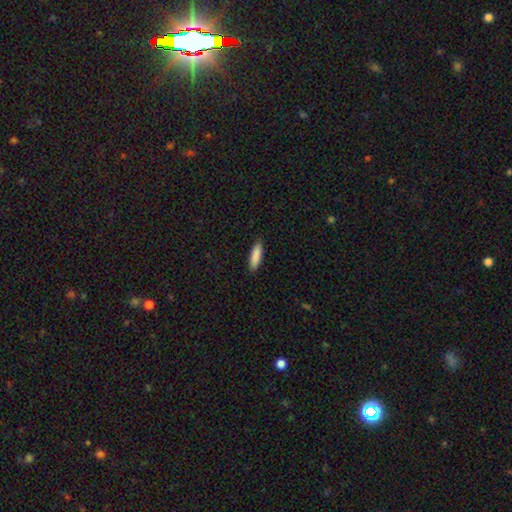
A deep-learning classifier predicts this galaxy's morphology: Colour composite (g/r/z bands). It shows a smooth galaxy with no disk features (89%) that is cigar-shaped (57%). Merging: none (89%).